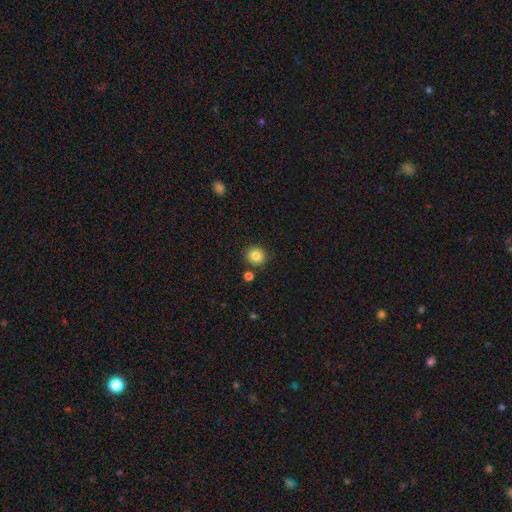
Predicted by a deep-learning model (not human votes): Smooth or featured? Predicted: smooth (p=0.84). How rounded? Predicted: round (p=0.91). Merging? Predicted: none (p=0.85).